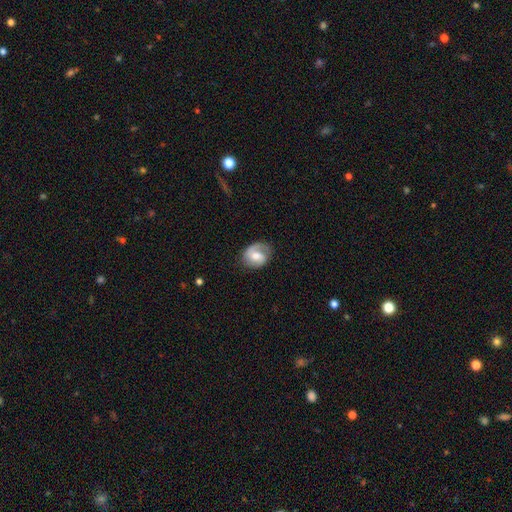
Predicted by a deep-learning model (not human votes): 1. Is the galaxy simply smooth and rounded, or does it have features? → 62% featured or disk, 31% smooth, 7% star or artifact.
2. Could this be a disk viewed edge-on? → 97% no, 3% yes.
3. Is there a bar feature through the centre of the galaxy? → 45% weak, 43% no, 11% strong.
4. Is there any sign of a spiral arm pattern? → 90% yes, 10% no.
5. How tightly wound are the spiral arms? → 42% medium, 33% tight, 25% loose.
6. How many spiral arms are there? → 46% 2, 45% 1, 7% can't tell, 1% 3, 1% 4, 1% more than 4.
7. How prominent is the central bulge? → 58% moderate, 22% small, 14% large, 4% none, 2% dominant.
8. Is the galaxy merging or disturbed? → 65% none, 22% minor disturbance, 11% major disturbance, 1% merger.